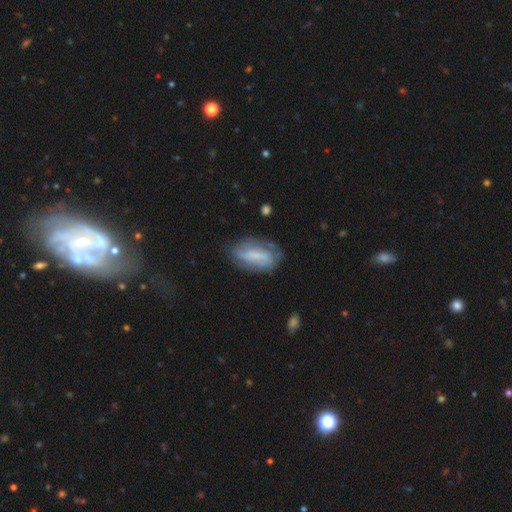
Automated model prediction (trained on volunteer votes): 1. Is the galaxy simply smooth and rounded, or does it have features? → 49% featured or disk, 43% smooth, 8% star or artifact.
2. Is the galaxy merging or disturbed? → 64% none, 24% minor disturbance, 9% major disturbance, 3% merger.